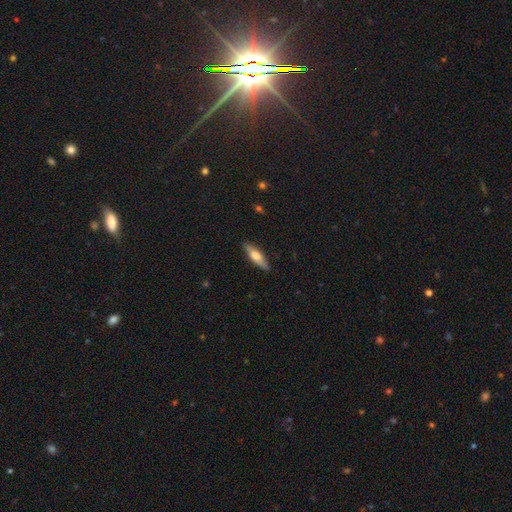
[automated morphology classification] smooth-or-featured: smooth: 49% | featured or disk: 45% | star or artifact: 6%
  merging: none: 88% | minor disturbance: 9% | major disturbance: 2% | merger: 1%